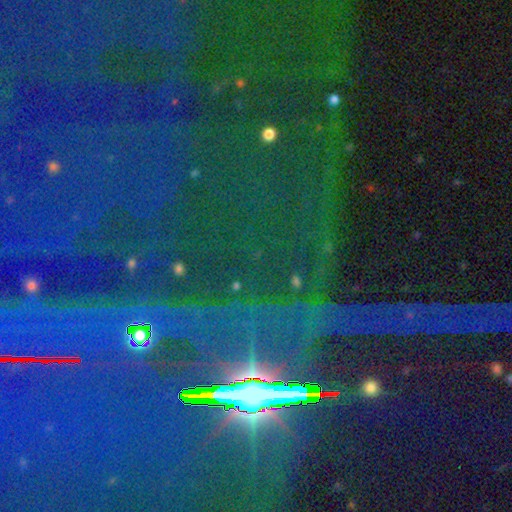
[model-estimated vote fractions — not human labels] Smooth or featured: star or artifact — 87% (featured or disk — 7%)